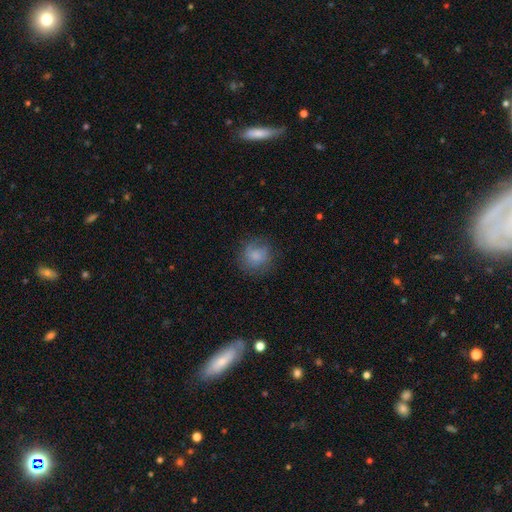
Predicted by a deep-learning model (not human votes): A smooth galaxy with no disk features (76%) that is round (85%). Merging: none (72%).